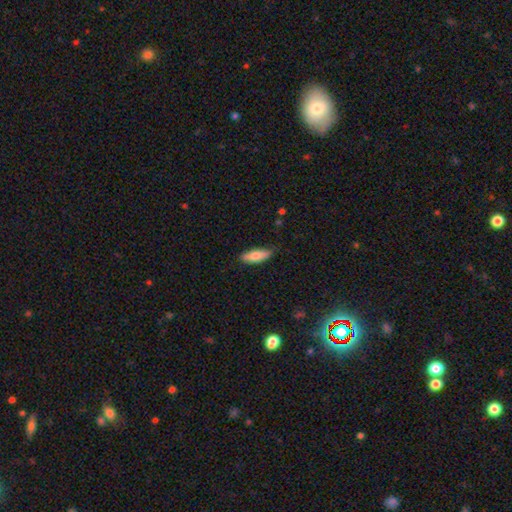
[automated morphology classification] Q: Smooth or featured?
A: smooth (75%); runner-up: featured or disk (19%)
Q: How rounded?
A: in between (57%); runner-up: cigar-shaped (41%)
Q: Merging?
A: none (80%); runner-up: minor disturbance (16%)